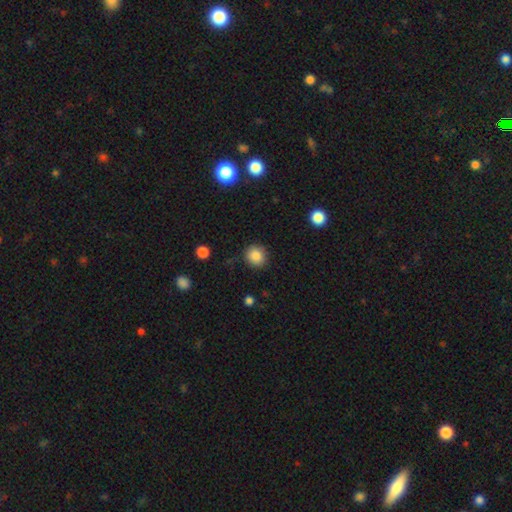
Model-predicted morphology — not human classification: smooth-or-featured: smooth: 86% | star or artifact: 10% | featured or disk: 4%
  how-rounded: round: 86% | in between: 13% | cigar-shaped: 1%
  merging: none: 87% | minor disturbance: 9% | major disturbance: 3% | merger: 1%